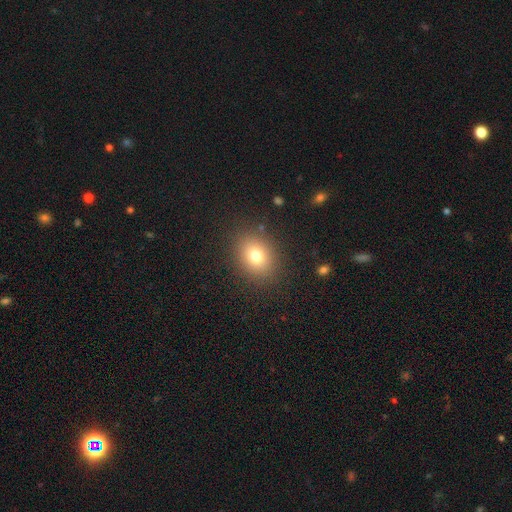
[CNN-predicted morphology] Overall: smooth (76%). How rounded: round (54%; in between 45%). Merging: none (87%).